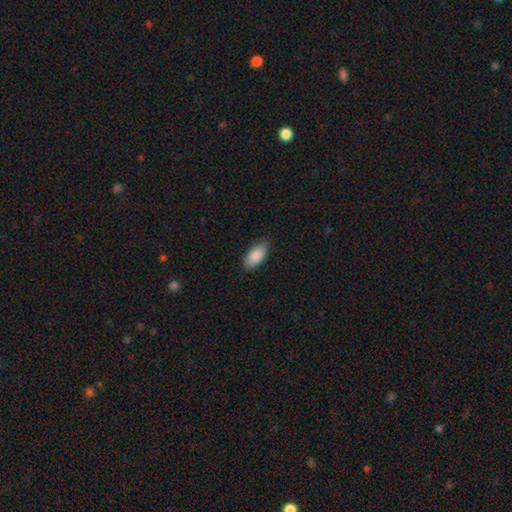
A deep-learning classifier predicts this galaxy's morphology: Q: Smooth or featured?
A: smooth (88%); runner-up: star or artifact (6%)
Q: How rounded?
A: in between (93%); runner-up: cigar-shaped (5%)
Q: Merging?
A: none (82%); runner-up: minor disturbance (14%)